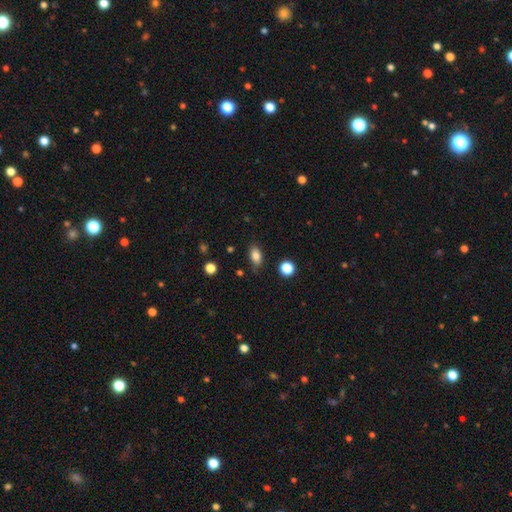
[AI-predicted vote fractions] A smooth galaxy with no disk features (84%) that is in between round and cigar-shaped (85%).

Vote fractions:
- Smooth or featured? smooth: 84% / star or artifact: 10% / featured or disk: 7%
- How rounded? in between: 85% / round: 11% / cigar-shaped: 4%
- Merging? none: 77% / minor disturbance: 17% / major disturbance: 4% / merger: 2%